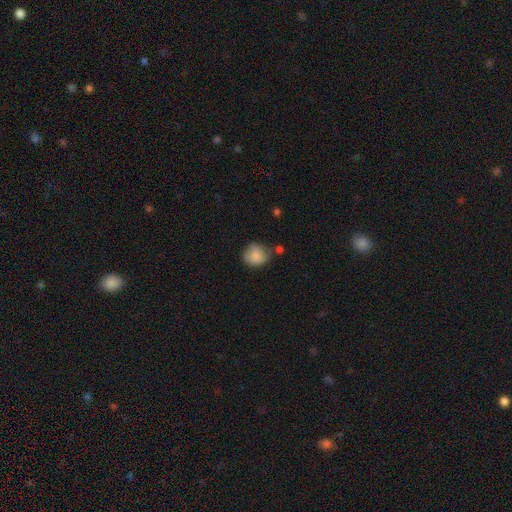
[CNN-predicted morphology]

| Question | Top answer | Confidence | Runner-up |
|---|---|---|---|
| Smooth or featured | smooth | 84% | featured or disk (8%) |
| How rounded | round | 71% | in between (28%) |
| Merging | none | 56% | minor disturbance (28%) |